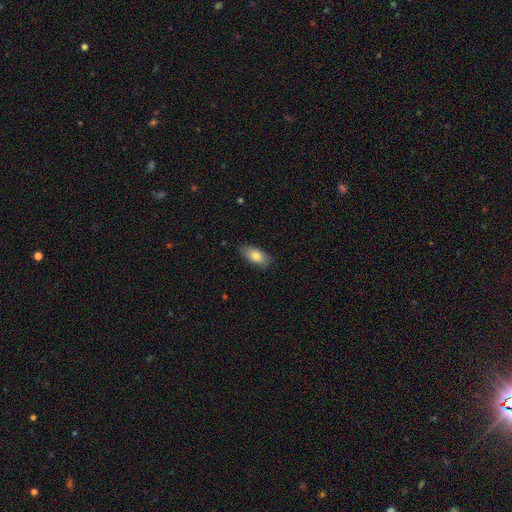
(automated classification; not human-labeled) This is likely a smooth galaxy (79%). How rounded: clearly in between (88%). Merging: clearly none (81%).